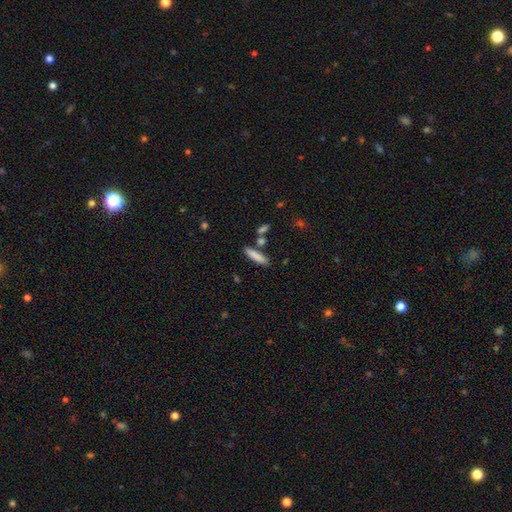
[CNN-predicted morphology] This is clearly a smooth galaxy (83%). How rounded: likely cigar-shaped (80%). Merging: likely none (78%).